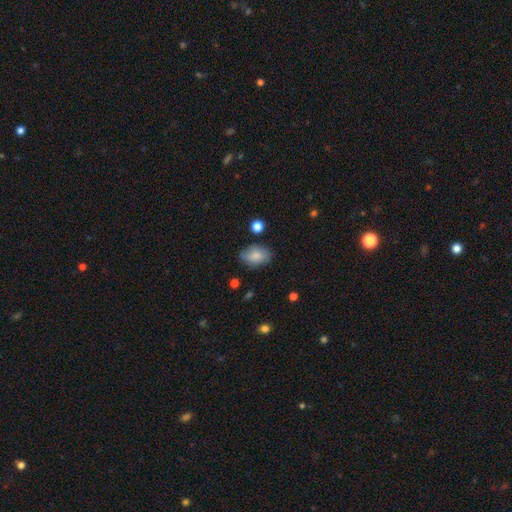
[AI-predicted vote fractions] A smooth galaxy with no disk features (82%) that is in between round and cigar-shaped (87%).

Vote fractions:
- Smooth or featured? smooth: 82% / featured or disk: 11% / star or artifact: 7%
- How rounded? in between: 87% / round: 12% / cigar-shaped: 1%
- Merging? none: 77% / minor disturbance: 18% / major disturbance: 4% / merger: 2%